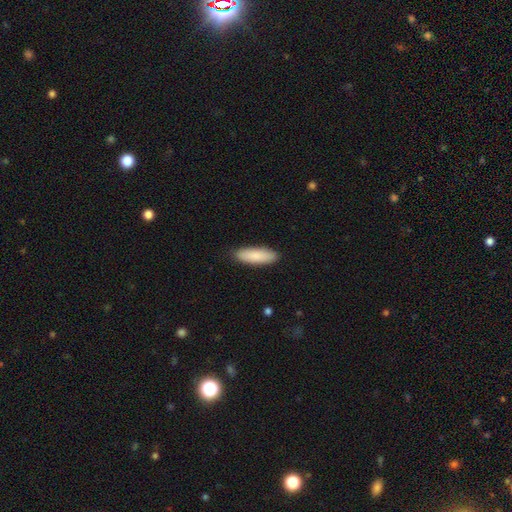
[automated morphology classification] Smooth or featured?
  - smooth: 87% *
  - featured or disk: 8%
  - star or artifact: 5%
How rounded?
  - cigar-shaped: 51% *
  - in between: 47%
  - round: 2%
Merging?
  - none: 89% *
  - minor disturbance: 9%
  - major disturbance: 2%
  - merger: 1%